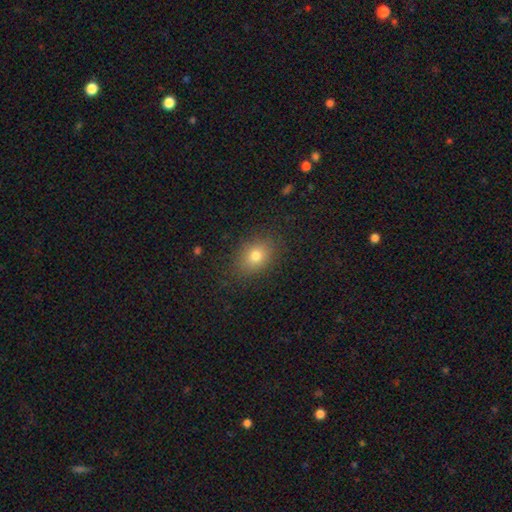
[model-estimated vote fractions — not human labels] Morphology: type=smooth (77%); roundness=in between (59%); merging=none (85%).